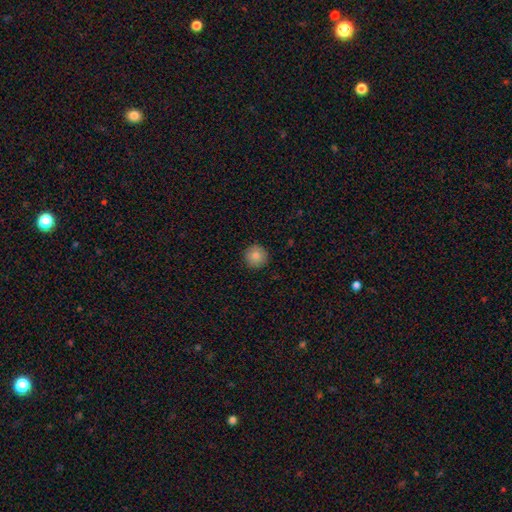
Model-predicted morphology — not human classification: Smooth or featured: smooth — 81% (featured or disk — 10%)
How rounded: round — 96% (in between — 3%)
Merging: none — 92% (minor disturbance — 5%)